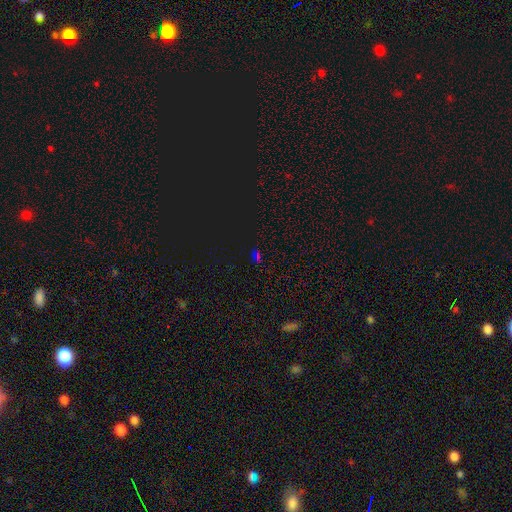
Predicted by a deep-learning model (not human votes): Smooth or featured?
  - star or artifact: 67% *
  - smooth: 25%
  - featured or disk: 8%